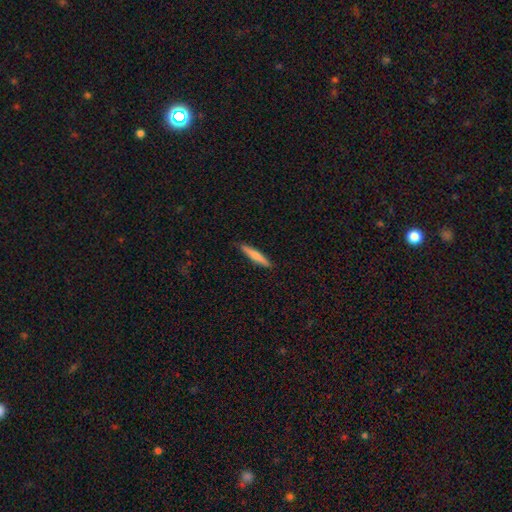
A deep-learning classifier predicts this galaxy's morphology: Q: Smooth or featured?
A: smooth (70%); runner-up: featured or disk (24%)
Q: How rounded?
A: cigar-shaped (93%); runner-up: in between (6%)
Q: Merging?
A: none (89%); runner-up: minor disturbance (8%)